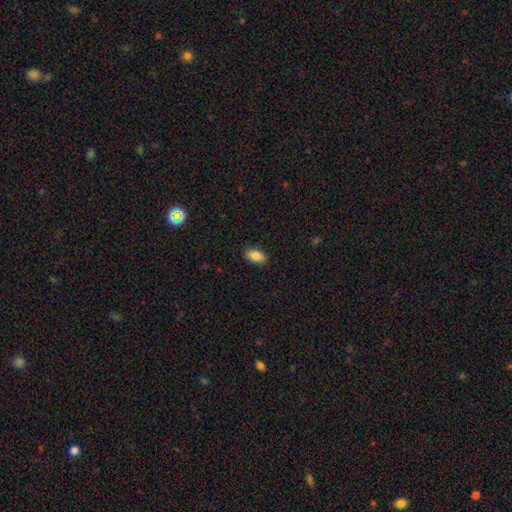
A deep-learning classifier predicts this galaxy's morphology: smooth-or-featured: smooth: 86% | star or artifact: 8% | featured or disk: 7%
  how-rounded: in between: 91% | round: 5% | cigar-shaped: 4%
  merging: none: 89% | minor disturbance: 8% | major disturbance: 2% | merger: 1%